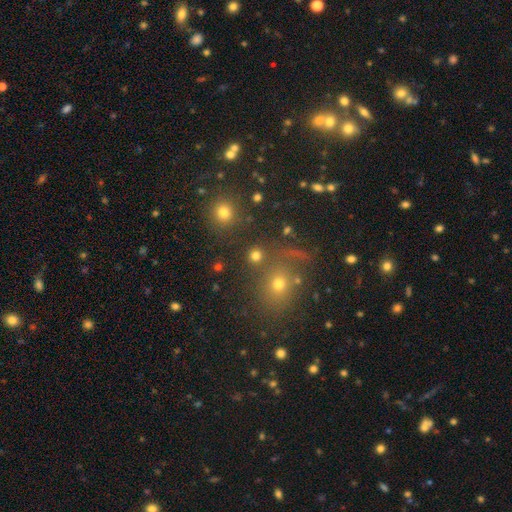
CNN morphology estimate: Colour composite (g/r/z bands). It shows a smooth galaxy with no disk features (77%) that is round (90%). Merging: none (76%).